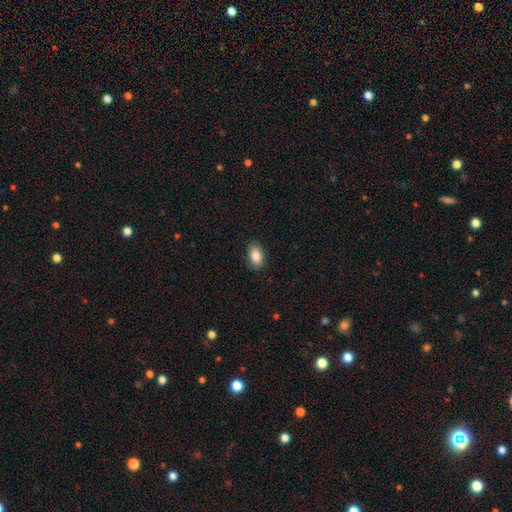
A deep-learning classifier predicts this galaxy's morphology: The model was most divided on "merging": none: 87%, minor disturbance: 10%, major disturbance: 2%, merger: 1%. More confident: how rounded — in between (91%); smooth or featured — smooth (87%).